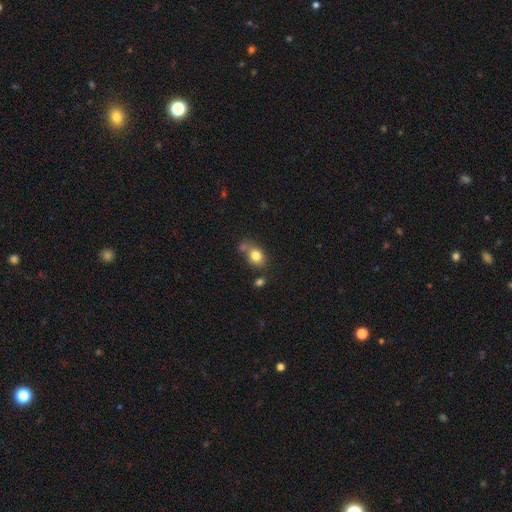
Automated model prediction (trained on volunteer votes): Morphology: type=smooth (81%); roundness=in between (52%); merging=none (55%).